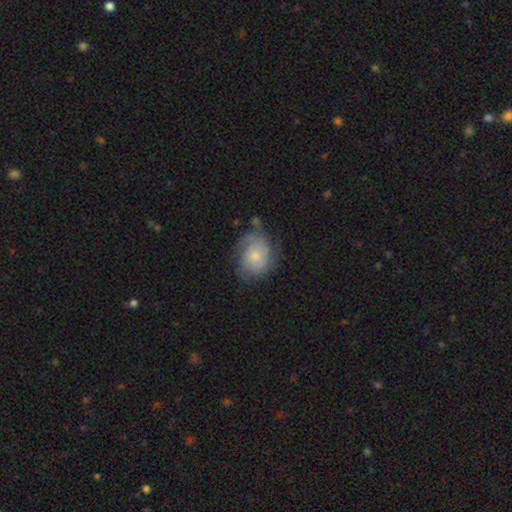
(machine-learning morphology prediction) Smooth or featured?
  - featured or disk: 52% *
  - smooth: 41%
  - star or artifact: 7%
Edge-on disk?
  - no: 97% *
  - yes: 3%
Merging?
  - none: 55% *
  - minor disturbance: 28%
  - major disturbance: 14%
  - merger: 3%